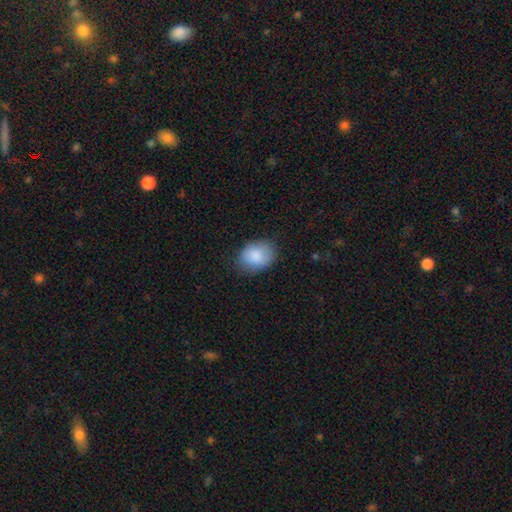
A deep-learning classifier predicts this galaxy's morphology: This is clearly a smooth galaxy (87%). How rounded: likely in between (66%). Merging: likely none (79%).